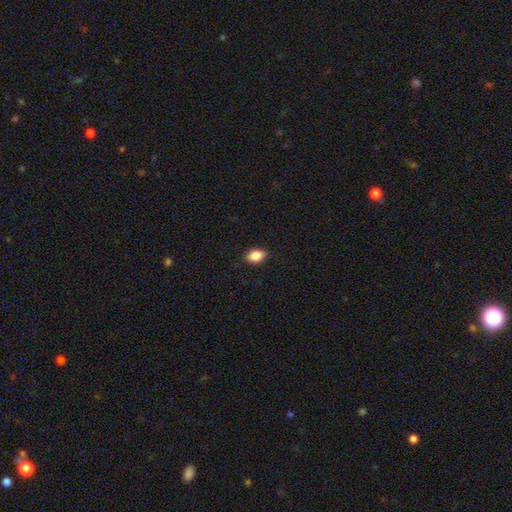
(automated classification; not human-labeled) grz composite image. It shows a smooth galaxy with no disk features (87%) that is in between round and cigar-shaped (81%). Merging: none (88%).